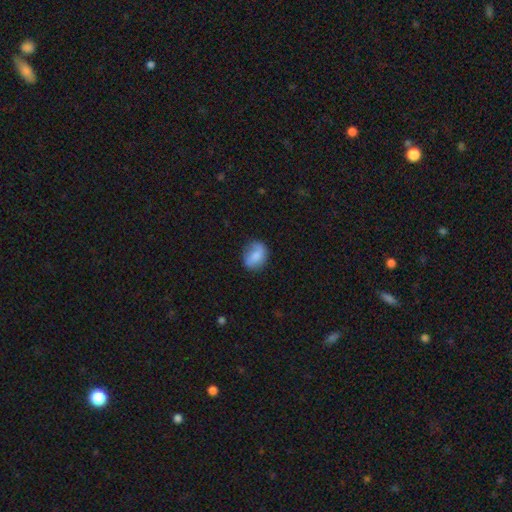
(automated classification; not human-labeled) smooth-or-featured: smooth: 71% | featured or disk: 22% | star or artifact: 8%
  how-rounded: in between: 57% | round: 42% | cigar-shaped: 2%
  merging: none: 66% | minor disturbance: 24% | major disturbance: 8% | merger: 2%